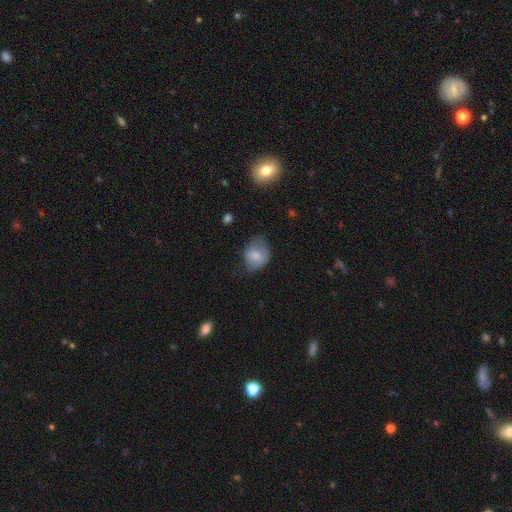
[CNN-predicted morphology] Smooth or featured?
  - smooth: 70% *
  - featured or disk: 22%
  - star or artifact: 8%
How rounded?
  - in between: 55% *
  - round: 45%
  - cigar-shaped: 1%
Merging?
  - none: 47% *
  - minor disturbance: 36%
  - major disturbance: 16%
  - merger: 2%